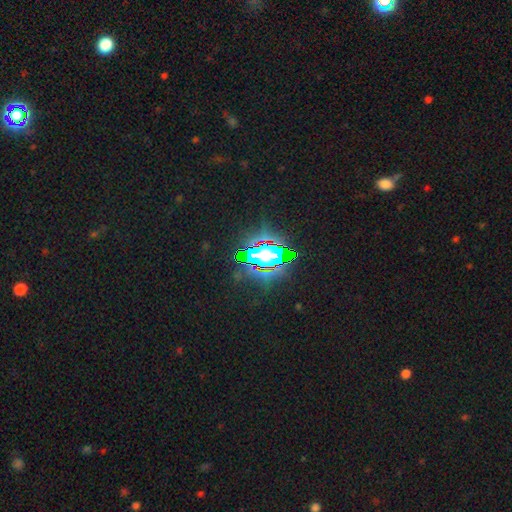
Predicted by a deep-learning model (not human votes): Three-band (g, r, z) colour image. It shows a star or artifact, not a galaxy (80%).